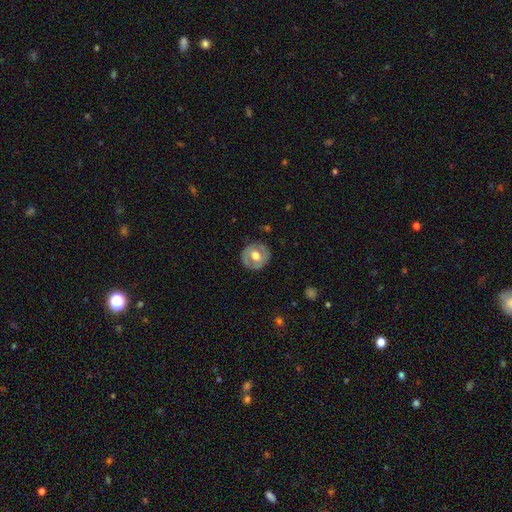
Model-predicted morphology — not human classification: A featured or disk galaxy (48%).

Vote fractions:
- Smooth or featured? featured or disk: 48% / smooth: 46% / star or artifact: 6%
- Merging? none: 84% / minor disturbance: 12% / major disturbance: 3% / merger: 1%